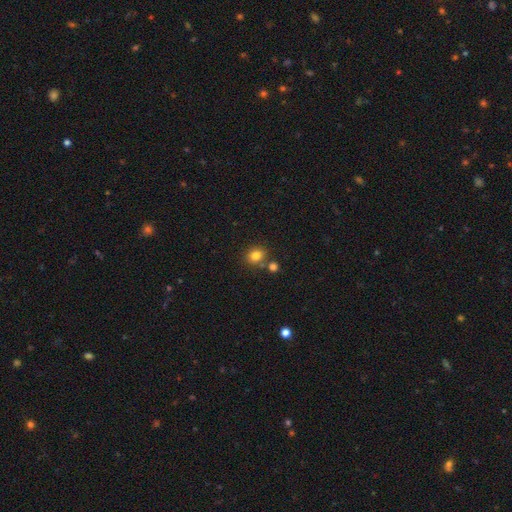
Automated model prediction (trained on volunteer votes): Smooth or featured: smooth — 81% (star or artifact — 12%)
How rounded: round — 67% (in between — 32%)
Merging: none — 69% (merger — 17%)